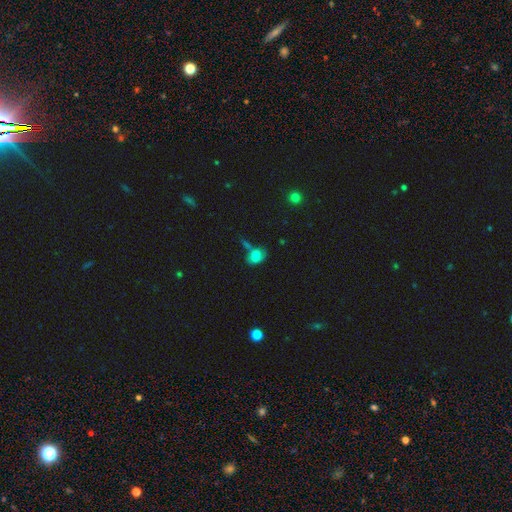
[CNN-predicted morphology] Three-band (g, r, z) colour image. It shows a smooth galaxy with no disk features (69%) that is in between round and cigar-shaped (75%). Merging: none (40%).